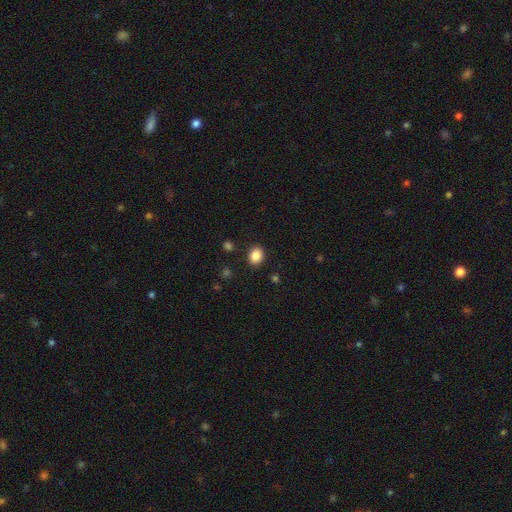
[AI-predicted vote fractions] smooth 86%, star or artifact 9%, featured or disk 4%. Down the decision tree: how rounded — round (52%); merging — none (88%).